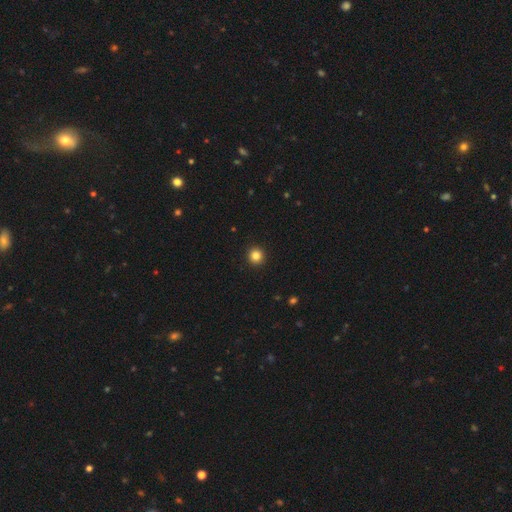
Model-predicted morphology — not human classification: smooth 84%, star or artifact 11%, featured or disk 4%. Down the decision tree: how rounded — round (95%); merging — none (94%).